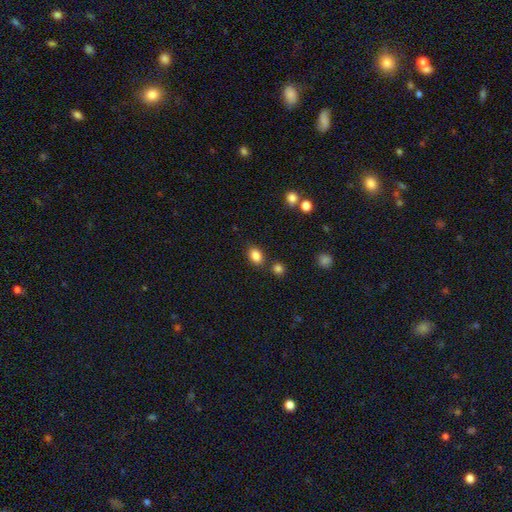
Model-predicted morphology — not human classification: Smooth or featured?
  - smooth: 85% *
  - star or artifact: 10%
  - featured or disk: 5%
How rounded?
  - in between: 70% *
  - round: 29%
  - cigar-shaped: 1%
Merging?
  - none: 76% *
  - minor disturbance: 12%
  - merger: 9%
  - major disturbance: 3%